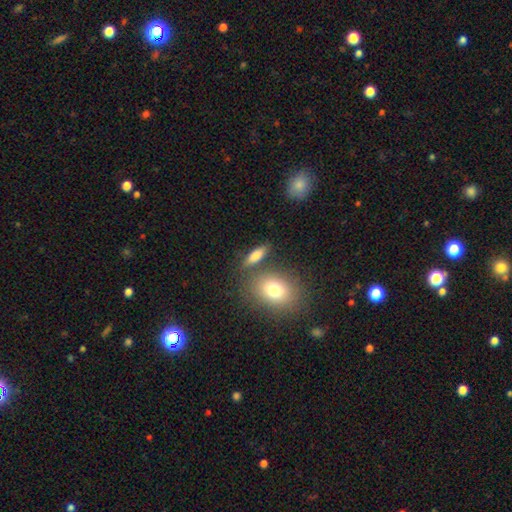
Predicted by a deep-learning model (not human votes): A smooth galaxy with no disk features (79%) that is in between round and cigar-shaped (60%).

Vote fractions:
- Smooth or featured? smooth: 79% / featured or disk: 12% / star or artifact: 9%
- How rounded? in between: 60% / cigar-shaped: 31% / round: 10%
- Merging? none: 72% / minor disturbance: 13% / merger: 11% / major disturbance: 5%